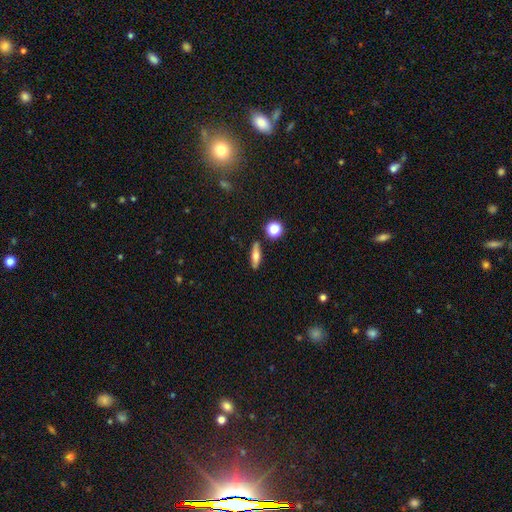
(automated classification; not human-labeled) This appears to be a smooth galaxy with no disk features (58%) that is cigar-shaped (54%). Merging: none (86%).